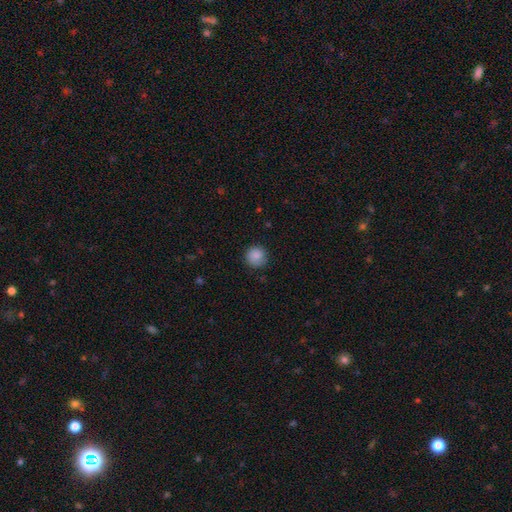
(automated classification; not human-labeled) Smooth or featured? Predicted: smooth (p=0.87). How rounded? Predicted: round (p=0.93). Merging? Predicted: none (p=0.85).